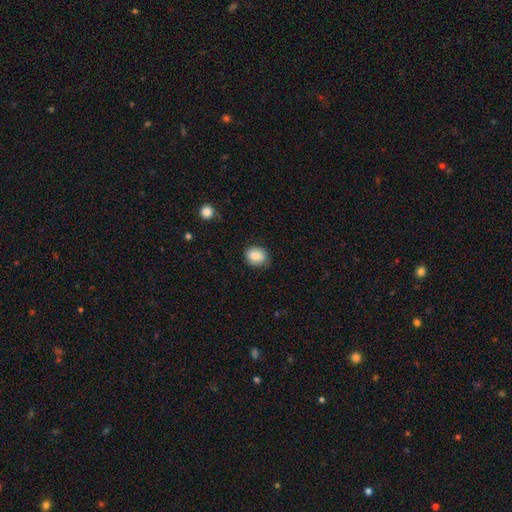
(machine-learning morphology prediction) smooth-or-featured: smooth: 85% | star or artifact: 8% | featured or disk: 7%
  how-rounded: round: 58% | in between: 41% | cigar-shaped: 1%
  merging: none: 79% | minor disturbance: 17% | major disturbance: 3% | merger: 1%